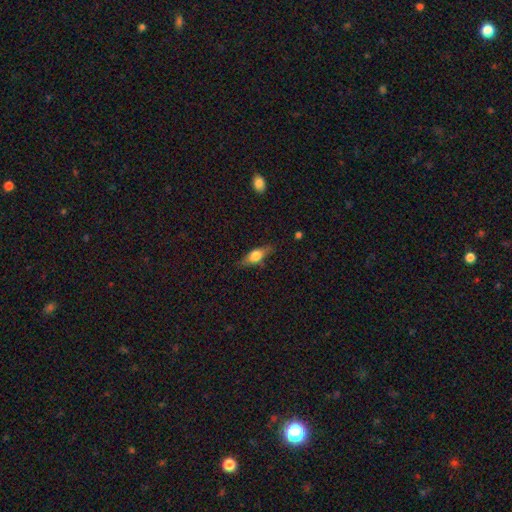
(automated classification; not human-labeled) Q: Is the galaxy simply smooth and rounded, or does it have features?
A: smooth — 55%.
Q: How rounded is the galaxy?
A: in between — 61%.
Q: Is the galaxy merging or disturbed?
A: none — 77%.